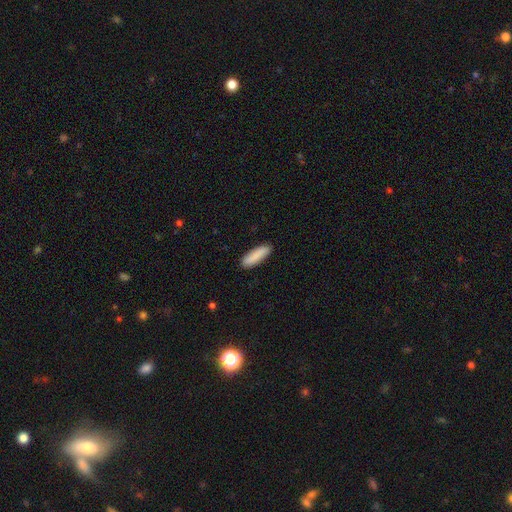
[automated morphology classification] A smooth galaxy with no disk features (88%) that is cigar-shaped (60%).

Vote fractions:
- Smooth or featured? smooth: 88% / featured or disk: 7% / star or artifact: 6%
- How rounded? cigar-shaped: 60% / in between: 39% / round: 2%
- Merging? none: 88% / minor disturbance: 9% / major disturbance: 2% / merger: 1%